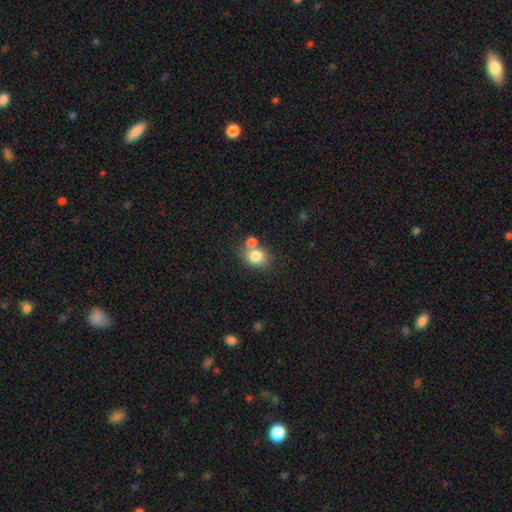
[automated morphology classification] A smooth galaxy with no disk features (81%) that is round (61%).

Vote fractions:
- Smooth or featured? smooth: 81% / star or artifact: 10% / featured or disk: 9%
- How rounded? round: 61% / in between: 38% / cigar-shaped: 1%
- Merging? none: 49% / merger: 36% / minor disturbance: 11% / major disturbance: 4%